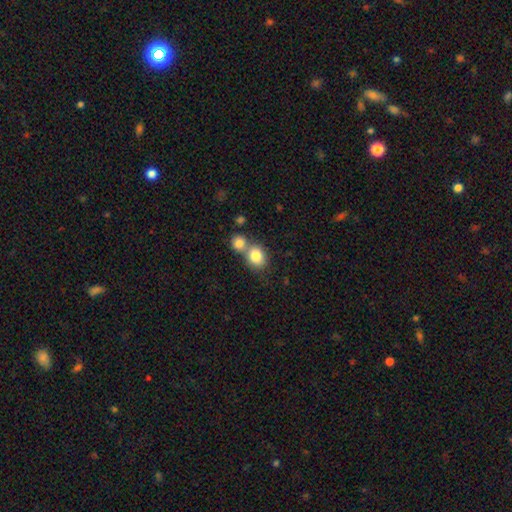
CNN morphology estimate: Q: Smooth or featured?
A: smooth (81%); runner-up: star or artifact (10%)
Q: How rounded?
A: round (68%); runner-up: in between (31%)
Q: Merging?
A: merger (50%); runner-up: none (39%)